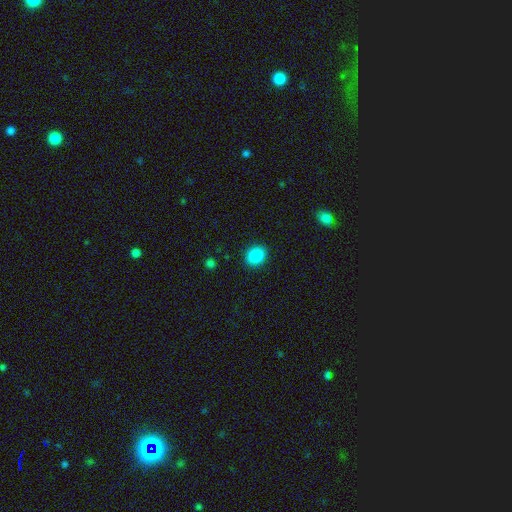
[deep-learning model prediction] Smooth or featured?
  - smooth: 87% *
  - star or artifact: 9%
  - featured or disk: 4%
How rounded?
  - round: 64% *
  - in between: 35%
  - cigar-shaped: 1%
Merging?
  - none: 91% *
  - minor disturbance: 6%
  - major disturbance: 2%
  - merger: 1%